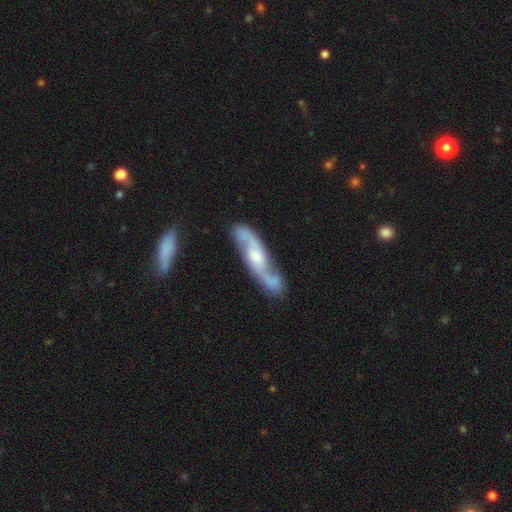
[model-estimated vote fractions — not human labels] smooth_or_featured: featured or disk (p=0.83) [alt: smooth p=0.12]
disk_edge_on: no (p=0.82) [alt: yes p=0.18]
bar: no (p=0.51) [alt: weak p=0.39]
has_spiral_arms: yes (p=0.95) [alt: no p=0.05]
spiral_winding: medium (p=0.47) [alt: loose p=0.37]
spiral_arm_count: 2 (p=0.91) [alt: can't tell p=0.05]
bulge_size: moderate (p=0.56) [alt: small p=0.28]
merging: none (p=0.69) [alt: minor disturbance p=0.16]